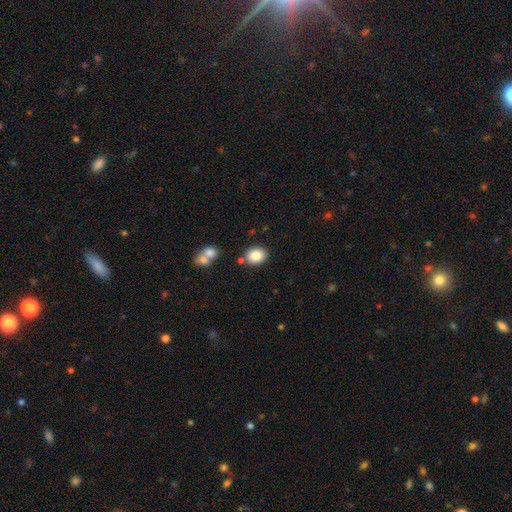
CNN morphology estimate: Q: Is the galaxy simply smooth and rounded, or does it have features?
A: smooth — 85%.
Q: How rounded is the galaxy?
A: in between — 55%.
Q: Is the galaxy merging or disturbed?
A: none — 79%.